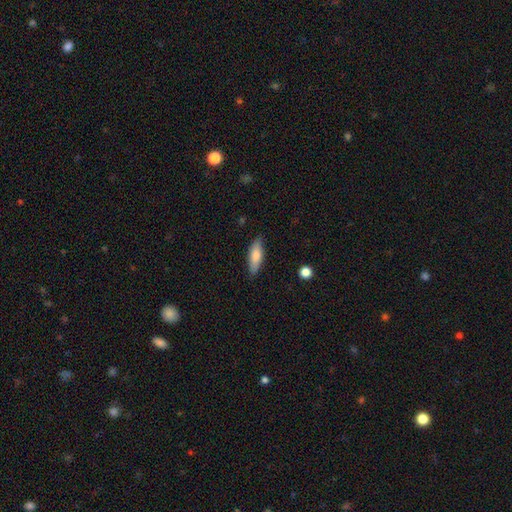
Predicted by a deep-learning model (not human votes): The model was most divided on "how rounded": in between: 59%, cigar-shaped: 39%, round: 2%. More confident: merging — none (84%); smooth or featured — smooth (80%).